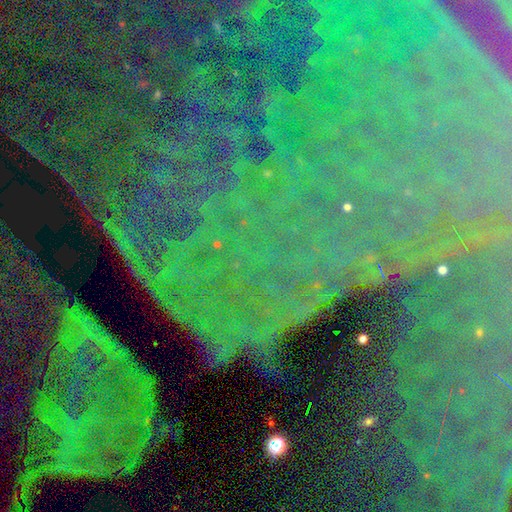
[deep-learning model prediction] smooth_or_featured: star or artifact (p=0.84) [alt: featured or disk p=0.09]